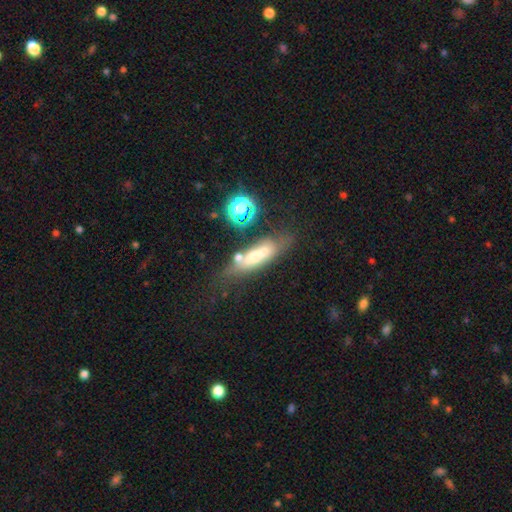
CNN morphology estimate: smooth 50%, featured or disk 36%, star or artifact 14%. Down the decision tree: merging — none (46%).